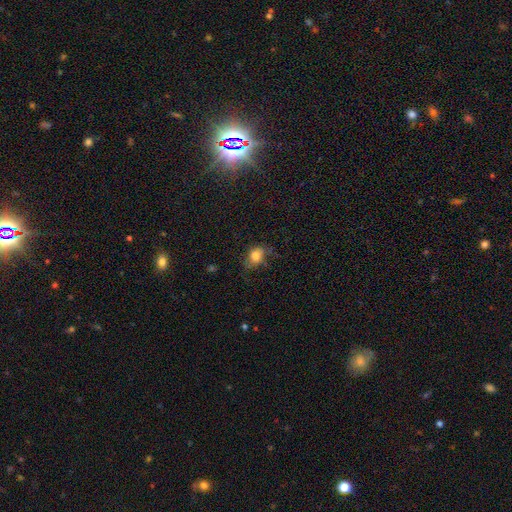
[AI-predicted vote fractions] This is likely a smooth galaxy (78%). How rounded: possibly in between (53%). Merging: possibly none (58%).